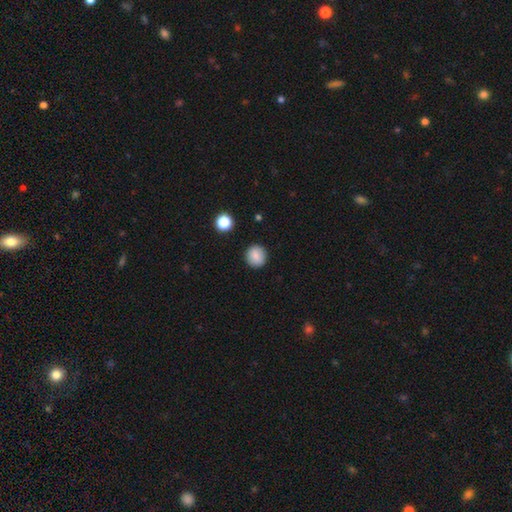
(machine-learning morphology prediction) smooth-or-featured: smooth: 85% | star or artifact: 9% | featured or disk: 6%
  how-rounded: round: 91% | in between: 8% | cigar-shaped: 1%
  merging: none: 91% | minor disturbance: 6% | major disturbance: 2% | merger: 1%